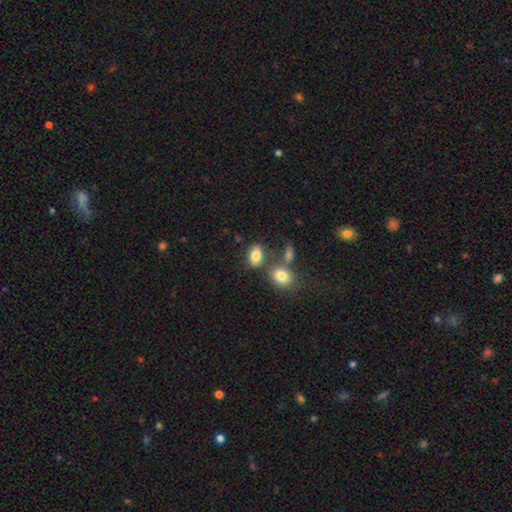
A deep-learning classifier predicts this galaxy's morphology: Q: Smooth or featured?
A: smooth (82%); runner-up: star or artifact (9%)
Q: How rounded?
A: in between (85%); runner-up: round (13%)
Q: Merging?
A: none (58%); runner-up: merger (23%)